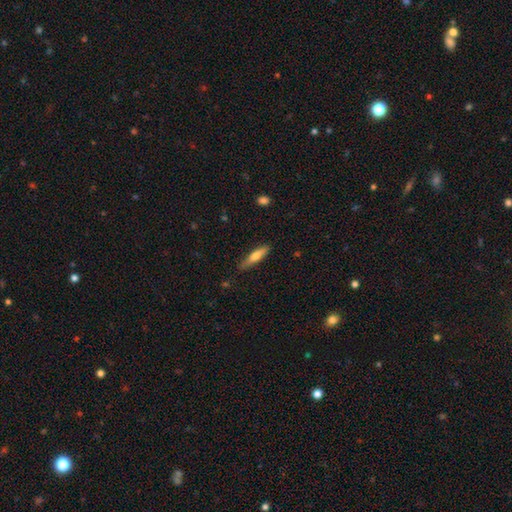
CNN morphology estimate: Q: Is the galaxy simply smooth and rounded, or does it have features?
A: smooth — 64%.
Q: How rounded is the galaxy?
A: cigar-shaped — 78%.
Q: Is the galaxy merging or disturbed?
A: none — 81%.